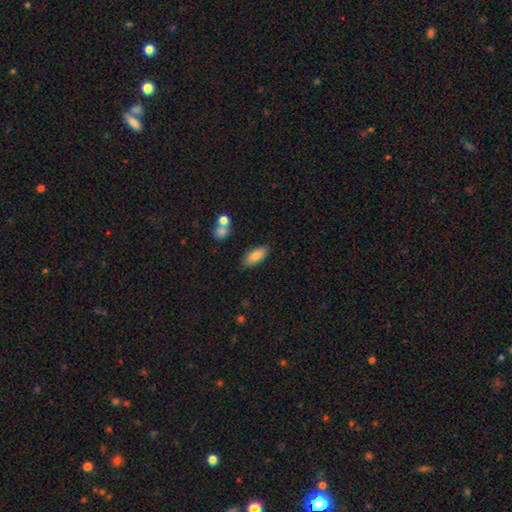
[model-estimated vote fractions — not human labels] Morphology: type=smooth (84%); roundness=in between (84%); merging=none (82%).